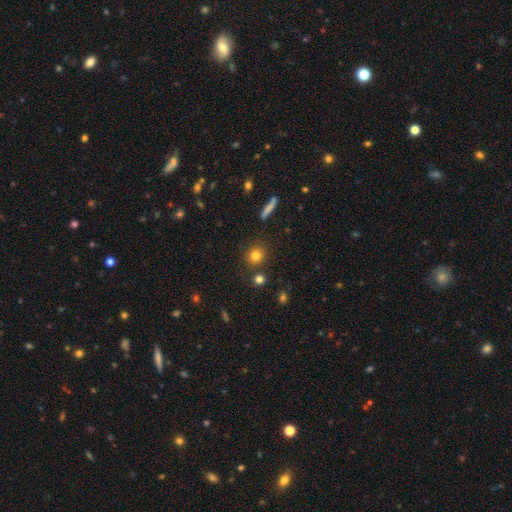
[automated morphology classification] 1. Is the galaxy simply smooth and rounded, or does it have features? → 80% smooth, 12% star or artifact, 8% featured or disk.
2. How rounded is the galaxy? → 86% round, 12% in between, 2% cigar-shaped.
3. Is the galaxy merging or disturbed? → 84% none, 8% minor disturbance, 6% merger, 3% major disturbance.